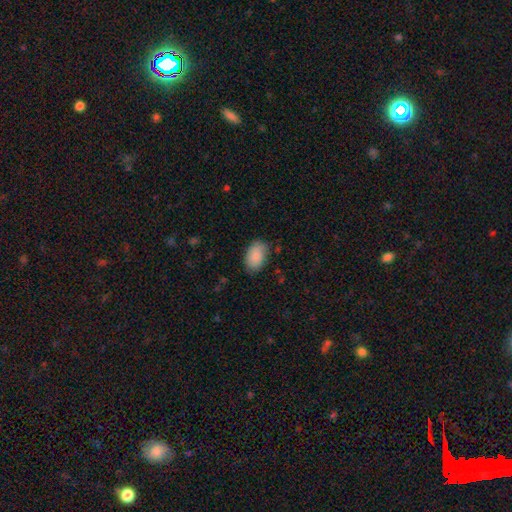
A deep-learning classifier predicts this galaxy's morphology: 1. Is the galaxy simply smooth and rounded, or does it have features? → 89% smooth, 6% star or artifact, 4% featured or disk.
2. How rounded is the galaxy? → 92% in between, 7% round, 1% cigar-shaped.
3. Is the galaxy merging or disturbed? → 80% none, 15% minor disturbance, 3% major disturbance, 1% merger.